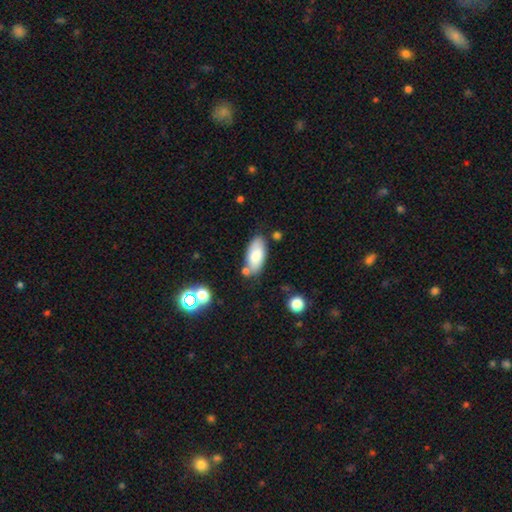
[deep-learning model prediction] smooth_or_featured: smooth (p=0.78) [alt: featured or disk p=0.15]
how_rounded: in between (p=0.89) [alt: cigar-shaped p=0.09]
merging: none (p=0.72) [alt: minor disturbance p=0.16]